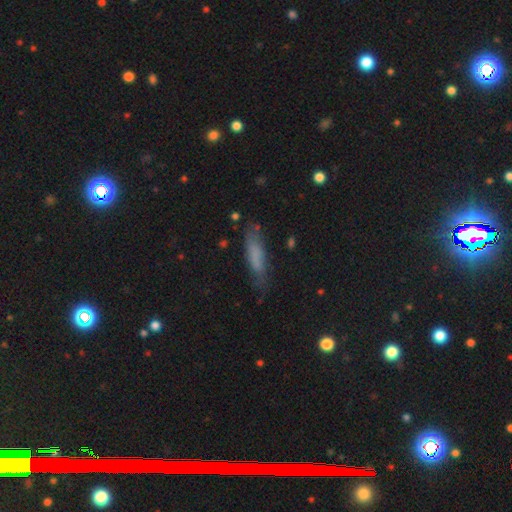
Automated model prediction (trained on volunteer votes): Smooth or featured? smooth (69%)
How rounded? cigar-shaped (68%)
Merging? none (69%)